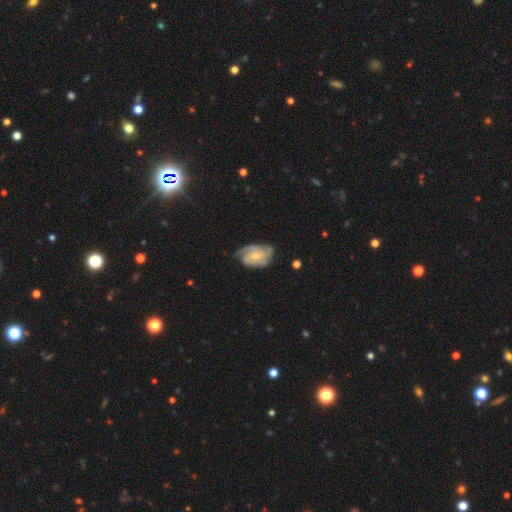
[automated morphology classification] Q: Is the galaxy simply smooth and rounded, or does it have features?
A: featured or disk — 83%.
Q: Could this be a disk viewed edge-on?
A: no — 97%.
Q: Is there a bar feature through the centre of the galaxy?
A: no — 57%.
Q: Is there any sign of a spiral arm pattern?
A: yes — 97%.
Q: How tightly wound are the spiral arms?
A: tight — 52%.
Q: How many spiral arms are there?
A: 3 — 44%.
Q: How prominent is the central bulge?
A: small — 57%.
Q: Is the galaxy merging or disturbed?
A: none — 65%.